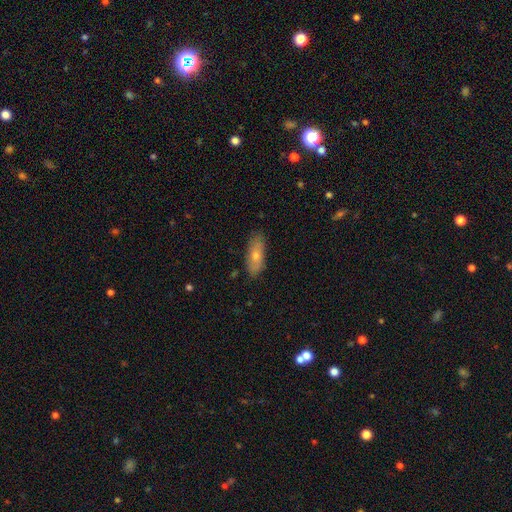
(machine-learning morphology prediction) The model was most divided on "how rounded": in between: 60%, cigar-shaped: 37%, round: 3%. More confident: merging — none (84%); smooth or featured — smooth (61%).